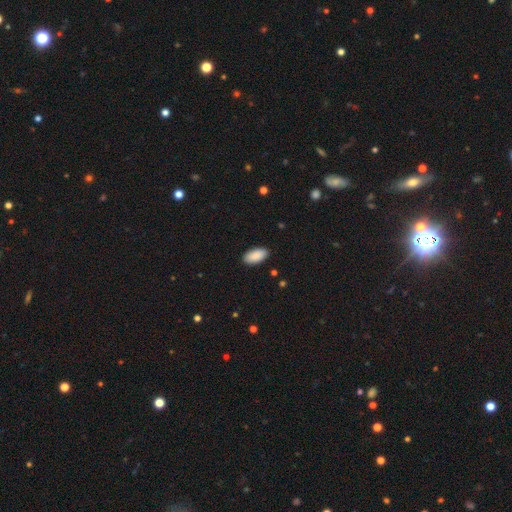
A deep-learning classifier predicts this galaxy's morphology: This appears to be a smooth galaxy with no disk features (91%) that is in between round and cigar-shaped (94%). Merging: none (89%).